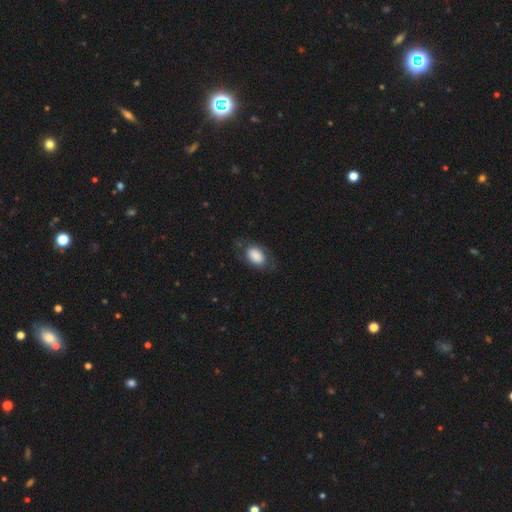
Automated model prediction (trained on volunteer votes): Smooth or featured? Predicted: smooth (p=0.78). How rounded? Predicted: in between (p=0.89). Merging? Predicted: none (p=0.67).